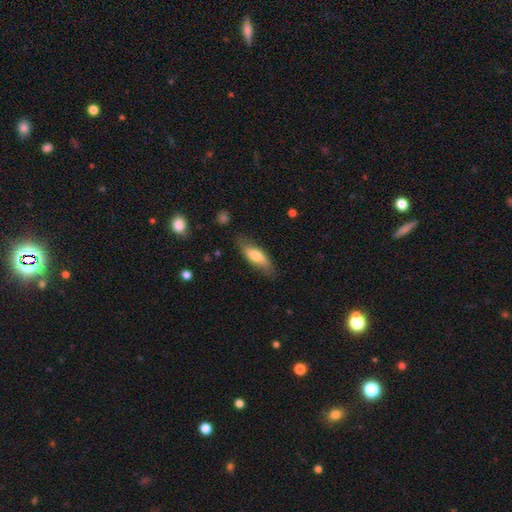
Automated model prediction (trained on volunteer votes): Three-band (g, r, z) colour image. It shows a smooth galaxy with no disk features (68%) that is in between round and cigar-shaped (62%). Merging: none (76%).